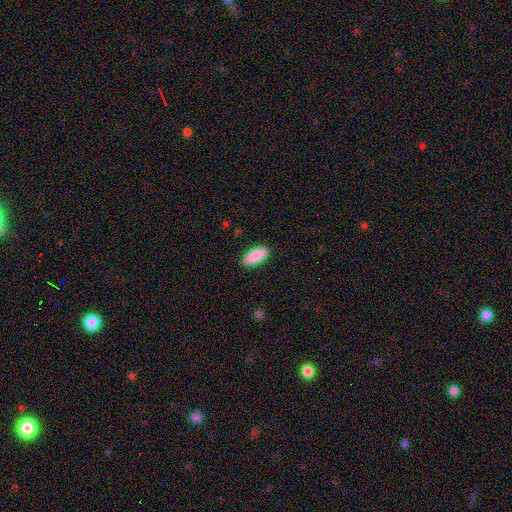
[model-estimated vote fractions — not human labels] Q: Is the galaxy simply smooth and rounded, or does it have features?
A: smooth — 90%.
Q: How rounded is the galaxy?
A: in between — 85%.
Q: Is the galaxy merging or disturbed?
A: none — 89%.